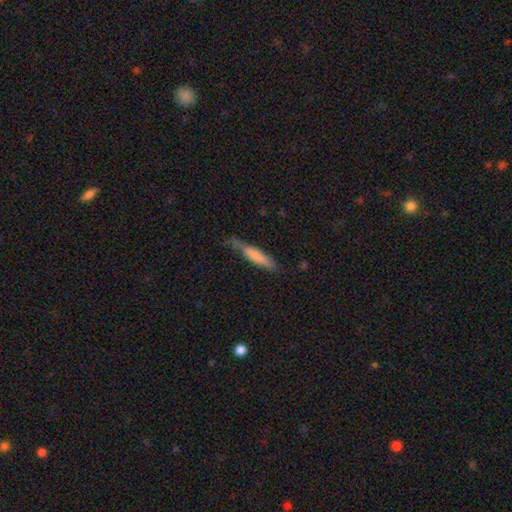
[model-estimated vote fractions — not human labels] smooth_or_featured: smooth (p=0.70) [alt: featured or disk p=0.24]
how_rounded: cigar-shaped (p=0.87) [alt: in between p=0.11]
merging: none (p=0.61) [alt: minor disturbance p=0.29]